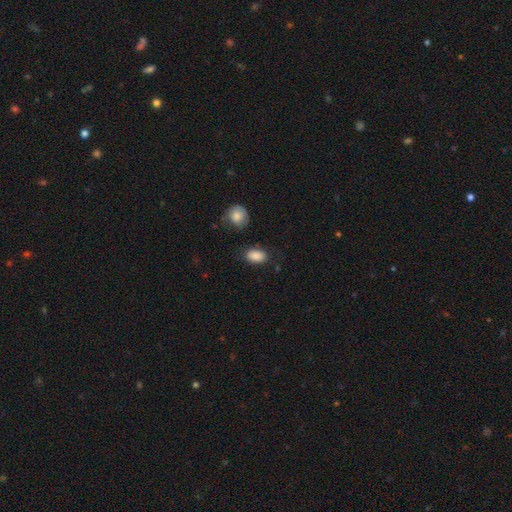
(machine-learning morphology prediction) smooth 88%, star or artifact 8%, featured or disk 4%. Down the decision tree: how rounded — in between (89%); merging — none (79%).